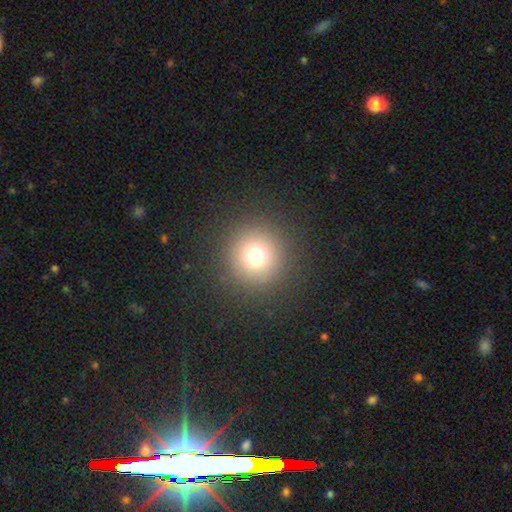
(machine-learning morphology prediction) smooth_or_featured: smooth (p=0.71) [alt: star or artifact p=0.21]
how_rounded: round (p=0.95) [alt: in between p=0.04]
merging: none (p=0.90) [alt: minor disturbance p=0.05]